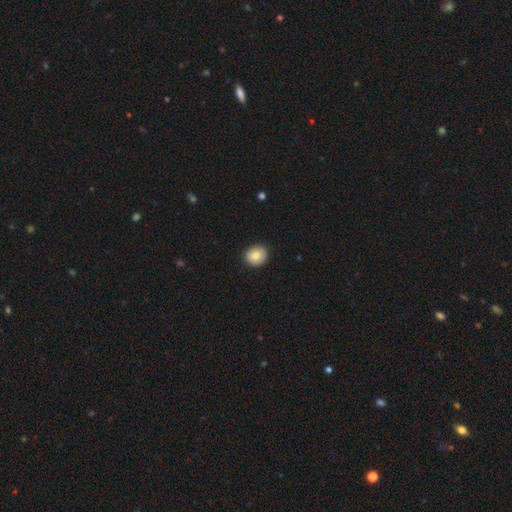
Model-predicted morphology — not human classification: This is clearly a smooth galaxy (84%). How rounded: clearly round (81%). Merging: clearly none (88%).